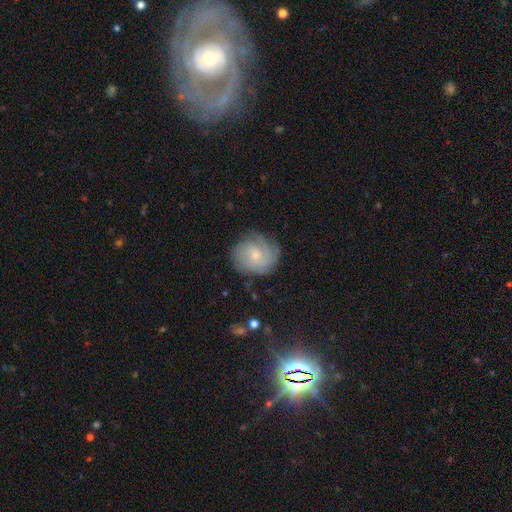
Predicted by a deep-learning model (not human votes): This is likely a featured or disk galaxy (68%). It is clearly not viewed edge-on (98%). Bar: likely no (72%). Spiral arm pattern: clearly yes (93%). Spiral arm count: marginally can't tell (41%). Spiral winding: likely tight (63%). Central bulge: likely small (68%). Merging: likely none (71%).